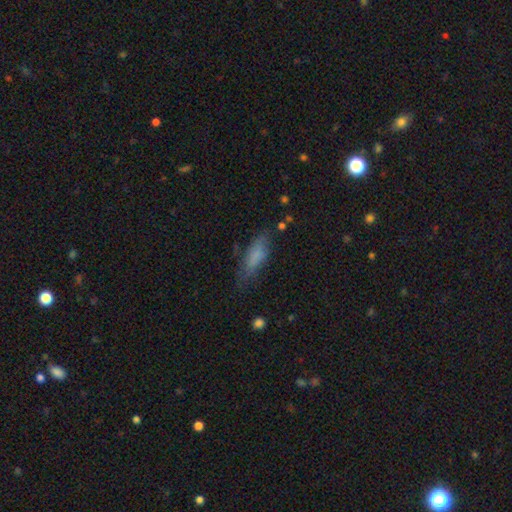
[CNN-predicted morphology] smooth-or-featured: smooth: 74% | featured or disk: 17% | star or artifact: 9%
  how-rounded: in between: 52% | cigar-shaped: 45% | round: 2%
  merging: none: 62% | minor disturbance: 26% | major disturbance: 10% | merger: 3%